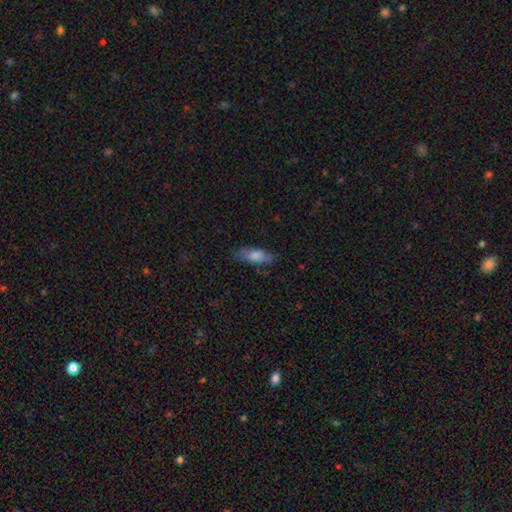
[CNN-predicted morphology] Smooth or featured: smooth — 75% (featured or disk — 18%)
How rounded: in between — 68% (cigar-shaped — 30%)
Merging: none — 71% (minor disturbance — 21%)